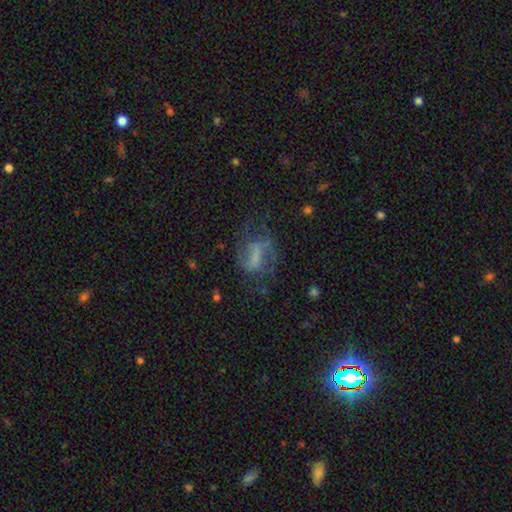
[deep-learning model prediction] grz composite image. It shows a featured or disk galaxy (54%) with a weak bar (40%), spiral arms (63%) and no central bulge (42%). Merging: none (45%).